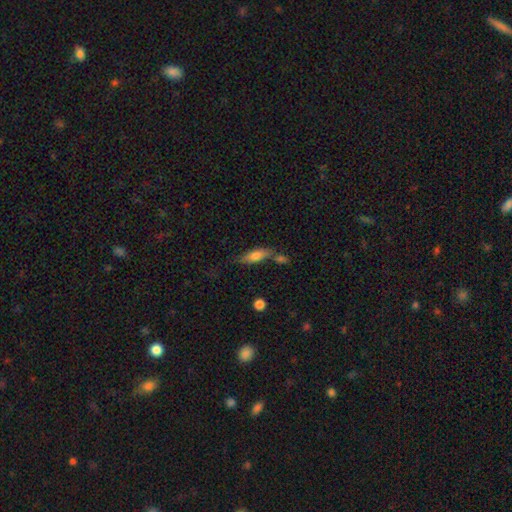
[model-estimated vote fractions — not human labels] Smooth or featured? Predicted: smooth (p=0.69). How rounded? Predicted: in between (p=0.58). Merging? Predicted: none (p=0.49).